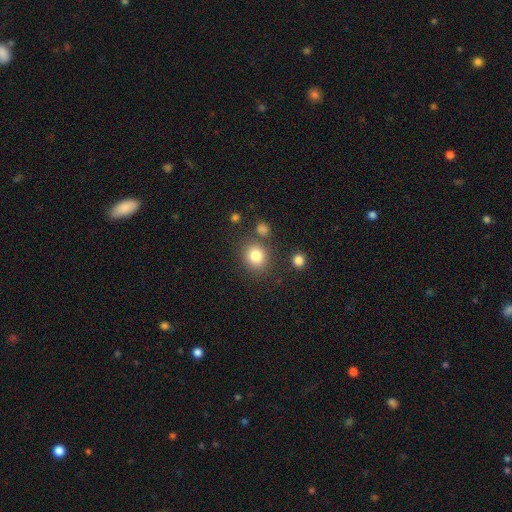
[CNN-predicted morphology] Smooth or featured?
  - smooth: 82% *
  - star or artifact: 11%
  - featured or disk: 7%
How rounded?
  - round: 80% *
  - in between: 19%
  - cigar-shaped: 1%
Merging?
  - none: 79% *
  - minor disturbance: 10%
  - merger: 7%
  - major disturbance: 4%